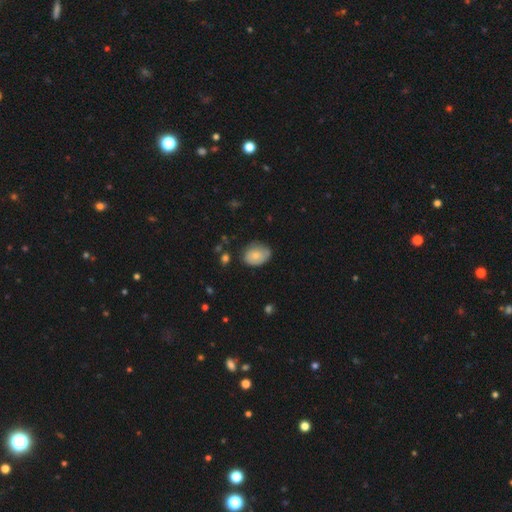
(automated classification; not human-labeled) Smooth or featured: smooth — 71% (featured or disk — 22%)
How rounded: in between — 68% (round — 31%)
Merging: none — 64% (minor disturbance — 29%)